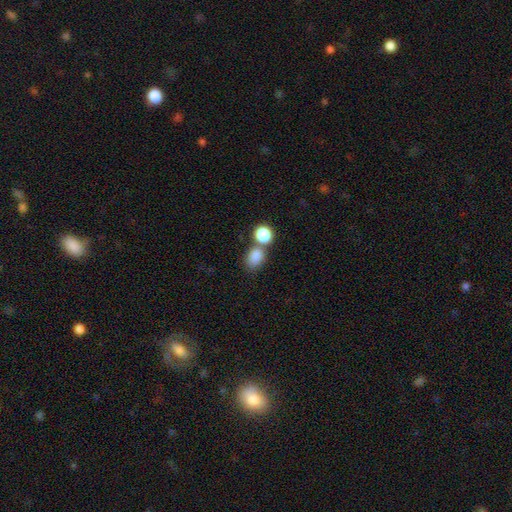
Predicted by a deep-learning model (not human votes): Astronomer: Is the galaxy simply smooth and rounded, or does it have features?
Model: smooth — 83%.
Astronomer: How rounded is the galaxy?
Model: in between — 64%.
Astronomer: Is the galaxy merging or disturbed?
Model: none — 48% (runner-up: merger, 36%).